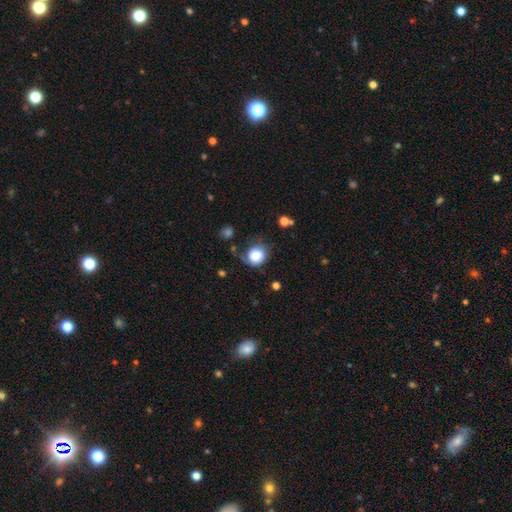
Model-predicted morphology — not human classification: smooth-or-featured: smooth: 79% | featured or disk: 12% | star or artifact: 9%
  how-rounded: round: 80% | in between: 19% | cigar-shaped: 1%
  merging: none: 51% | minor disturbance: 28% | major disturbance: 17% | merger: 4%